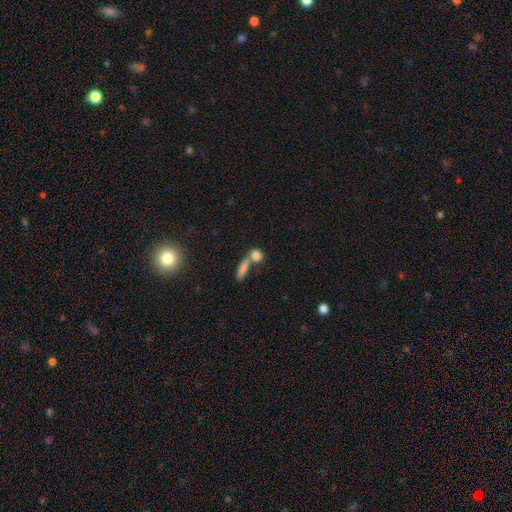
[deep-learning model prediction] A smooth galaxy with no disk features (80%) that is round (49%). Merging: none (46%).